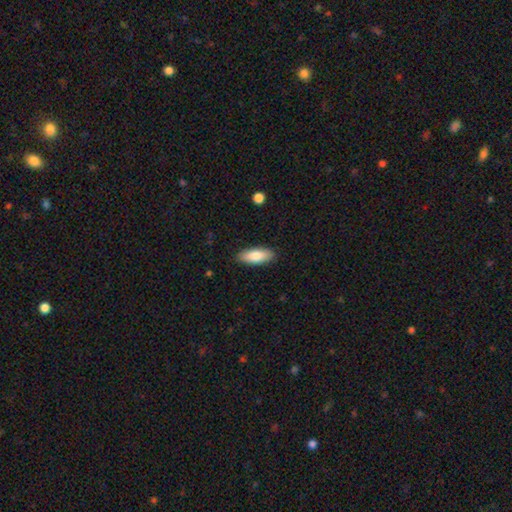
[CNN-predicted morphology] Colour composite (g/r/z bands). It shows a smooth galaxy with no disk features (81%) that is in between round and cigar-shaped (74%). Merging: none (88%).